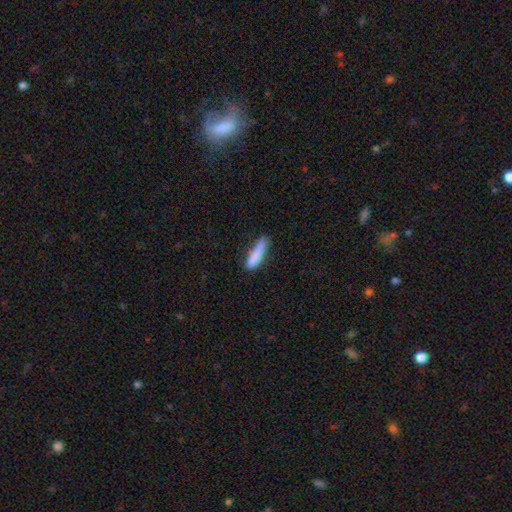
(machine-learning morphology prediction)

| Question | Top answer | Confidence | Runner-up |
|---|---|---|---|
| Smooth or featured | smooth | 83% | featured or disk (10%) |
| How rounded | cigar-shaped | 82% | in between (16%) |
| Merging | none | 68% | minor disturbance (23%) |